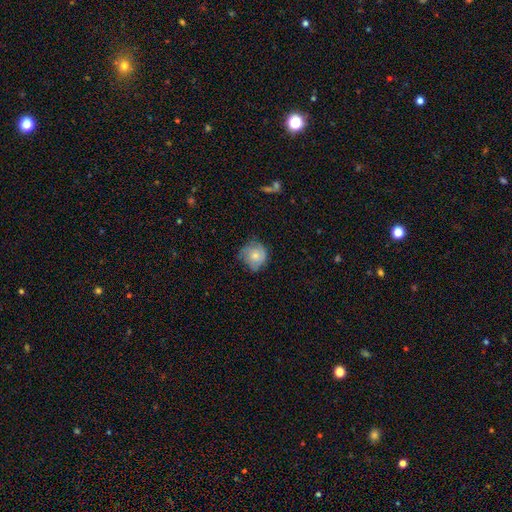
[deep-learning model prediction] A smooth galaxy with no disk features (68%) that is round (86%).

Vote fractions:
- Smooth or featured? smooth: 68% / featured or disk: 24% / star or artifact: 8%
- How rounded? round: 86% / in between: 13% / cigar-shaped: 1%
- Merging? none: 59% / minor disturbance: 32% / major disturbance: 8% / merger: 1%